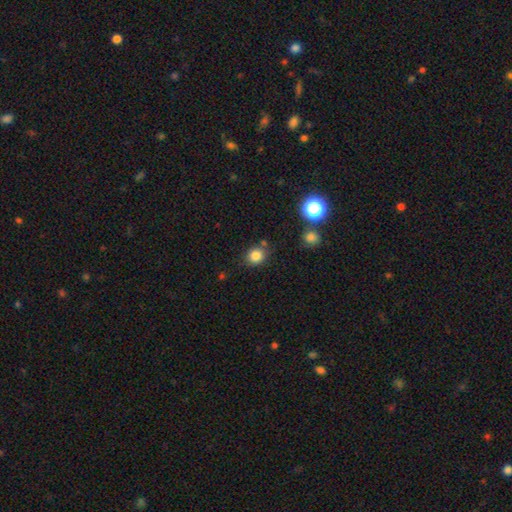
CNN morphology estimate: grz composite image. It shows a smooth galaxy with no disk features (83%) that is round (79%). Merging: none (78%).